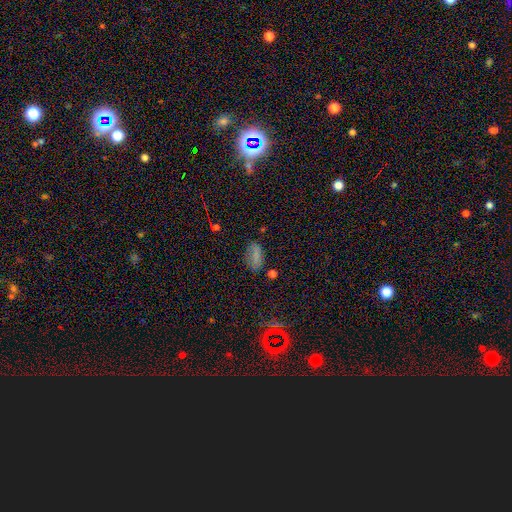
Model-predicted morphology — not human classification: Smooth or featured? Predicted: smooth (p=0.74). How rounded? Predicted: in between (p=0.89). Merging? Predicted: none (p=0.69).